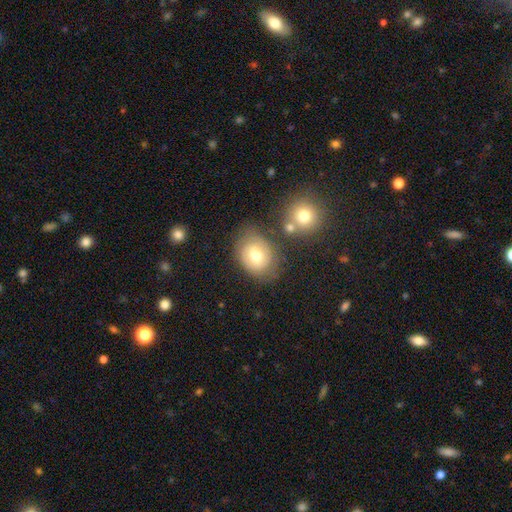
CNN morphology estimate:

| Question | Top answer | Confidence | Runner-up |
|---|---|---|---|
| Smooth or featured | smooth | 62% | featured or disk (29%) |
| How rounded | in between | 54% | round (45%) |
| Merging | none | 60% | minor disturbance (21%) |